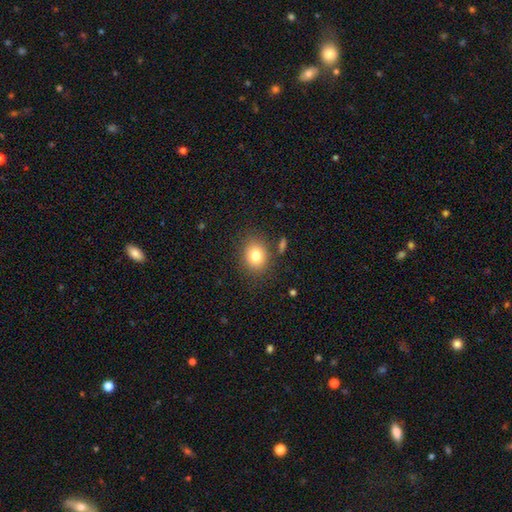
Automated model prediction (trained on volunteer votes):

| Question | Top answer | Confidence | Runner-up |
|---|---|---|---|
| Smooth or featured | smooth | 79% | star or artifact (11%) |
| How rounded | round | 57% | in between (42%) |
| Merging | none | 82% | minor disturbance (11%) |